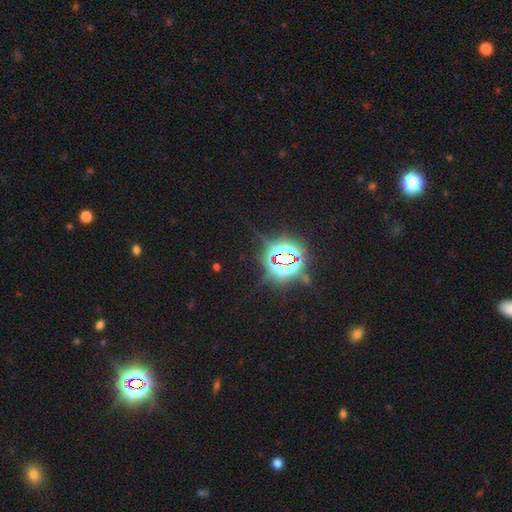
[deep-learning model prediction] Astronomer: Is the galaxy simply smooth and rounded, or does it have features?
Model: star or artifact — 84%.